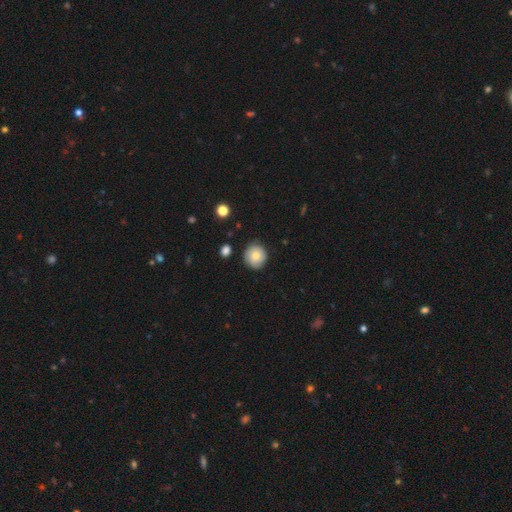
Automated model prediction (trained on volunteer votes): smooth 76%, featured or disk 16%, star or artifact 8%. Down the decision tree: how rounded — round (91%); merging — none (85%).